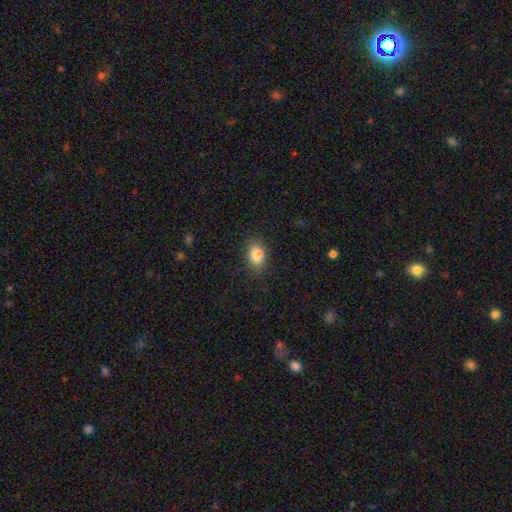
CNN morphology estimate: Smooth or featured? Predicted: smooth (p=0.83). How rounded? Predicted: in between (p=0.74). Merging? Predicted: none (p=0.79).